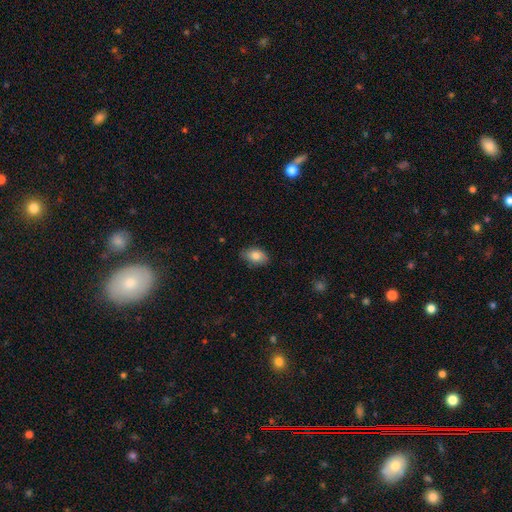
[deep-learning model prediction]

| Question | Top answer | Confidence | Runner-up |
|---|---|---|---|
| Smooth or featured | smooth | 84% | featured or disk (9%) |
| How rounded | in between | 89% | round (10%) |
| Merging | none | 81% | minor disturbance (15%) |